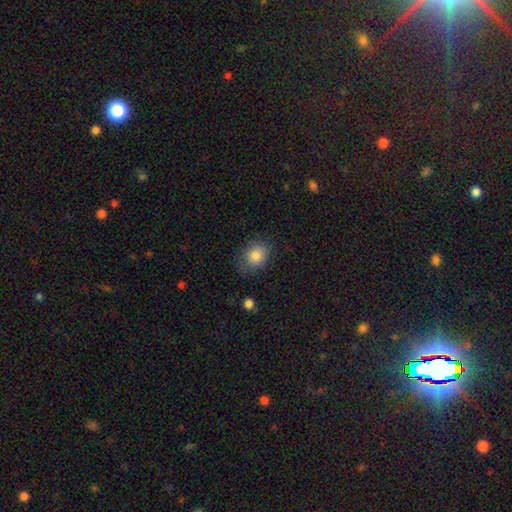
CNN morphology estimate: A smooth galaxy with no disk features (83%) that is round (53%).

Vote fractions:
- Smooth or featured? smooth: 83% / star or artifact: 9% / featured or disk: 8%
- How rounded? round: 53% / in between: 46% / cigar-shaped: 1%
- Merging? none: 75% / minor disturbance: 18% / major disturbance: 5% / merger: 2%